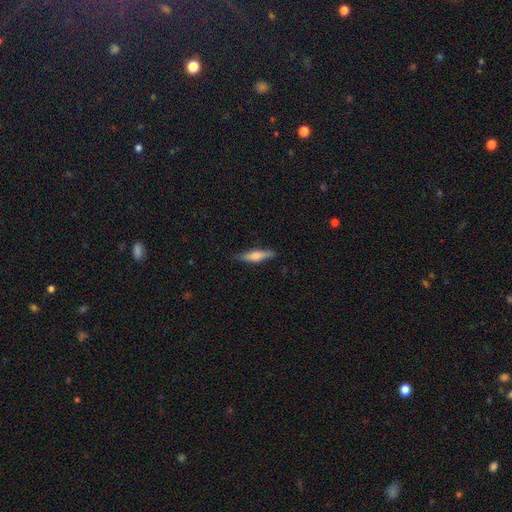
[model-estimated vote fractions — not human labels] Smooth or featured? Predicted: smooth (p=0.48). Merging? Predicted: none (p=0.83).